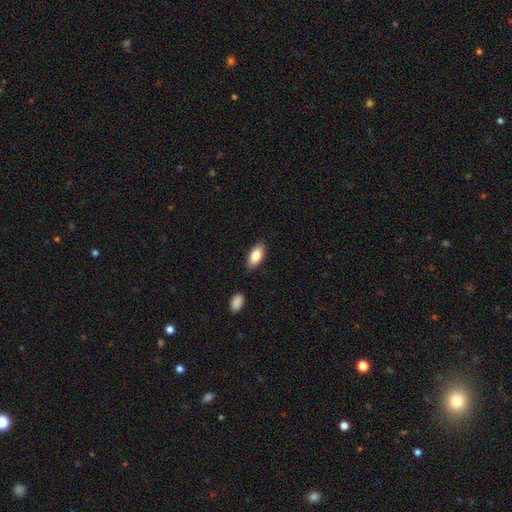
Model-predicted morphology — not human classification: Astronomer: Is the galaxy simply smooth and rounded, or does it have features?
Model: smooth — 85%.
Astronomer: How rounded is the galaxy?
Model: in between — 91%.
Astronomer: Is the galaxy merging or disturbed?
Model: none — 83%.